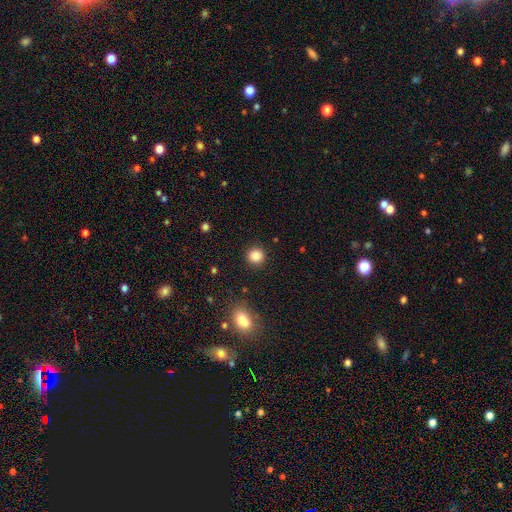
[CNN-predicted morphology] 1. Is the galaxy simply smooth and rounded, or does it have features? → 85% smooth, 11% star or artifact, 4% featured or disk.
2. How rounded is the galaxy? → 92% round, 7% in between, 1% cigar-shaped.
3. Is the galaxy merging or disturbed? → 90% none, 6% minor disturbance, 2% major disturbance, 2% merger.